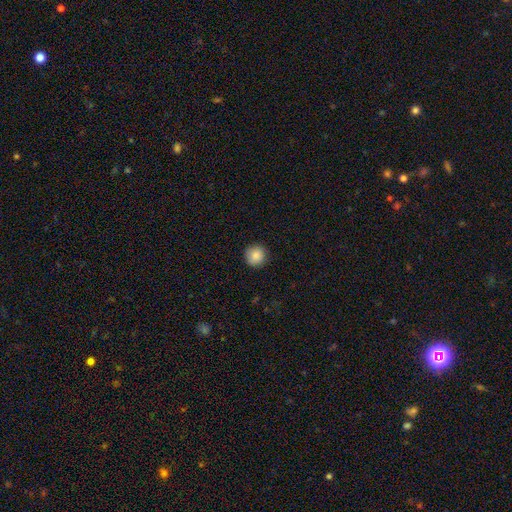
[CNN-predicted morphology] This appears to be a smooth galaxy with no disk features (88%) that is round (94%). Merging: none (90%).